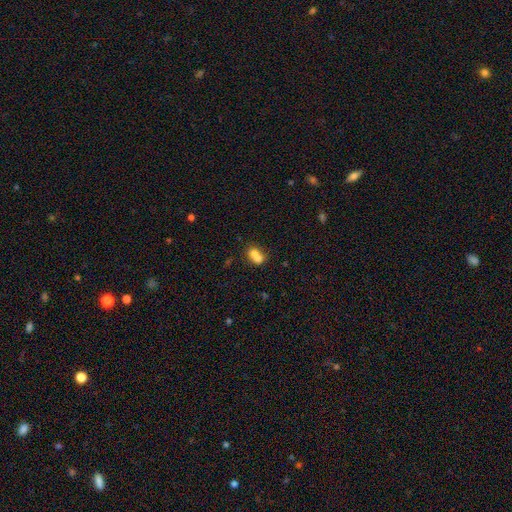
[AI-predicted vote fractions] Smooth or featured? Predicted: smooth (p=0.72). How rounded? Predicted: in between (p=0.61). Merging? Predicted: merger (p=0.62).